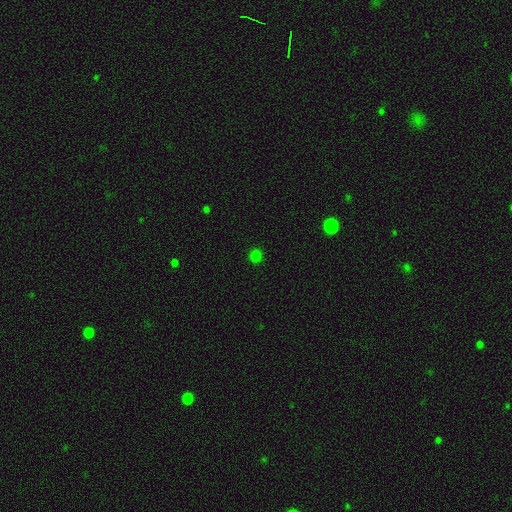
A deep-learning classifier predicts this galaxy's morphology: Smooth or featured: smooth — 78% (star or artifact — 19%)
How rounded: round — 91% (in between — 8%)
Merging: none — 91% (minor disturbance — 6%)